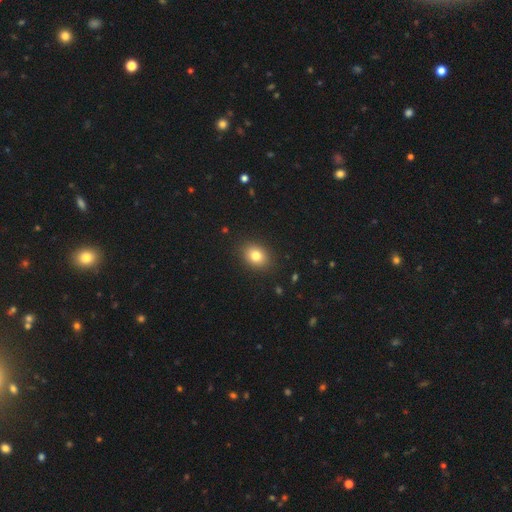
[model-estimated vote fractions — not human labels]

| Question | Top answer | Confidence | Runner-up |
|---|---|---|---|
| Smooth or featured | smooth | 81% | star or artifact (10%) |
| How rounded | in between | 60% | round (39%) |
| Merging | none | 89% | minor disturbance (8%) |